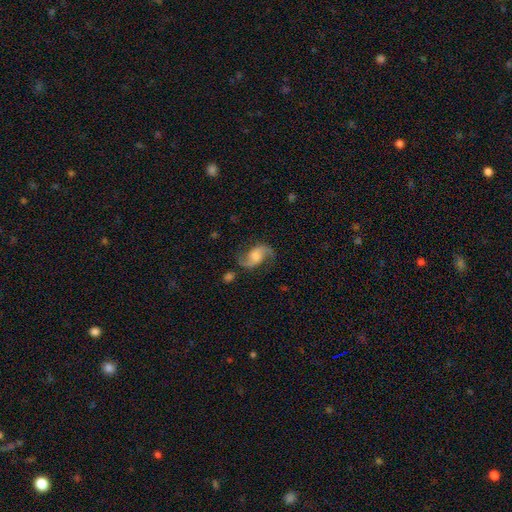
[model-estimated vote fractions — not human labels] smooth_or_featured: featured or disk (p=0.85) [alt: smooth p=0.09]
disk_edge_on: no (p=0.97) [alt: yes p=0.03]
bar: no (p=0.53) [alt: weak p=0.37]
has_spiral_arms: yes (p=0.97) [alt: no p=0.03]
spiral_winding: loose (p=0.63) [alt: medium p=0.31]
spiral_arm_count: 2 (p=0.93) [alt: 1 p=0.02]
bulge_size: moderate (p=0.41) [alt: small p=0.27]
merging: none (p=0.76) [alt: minor disturbance p=0.14]